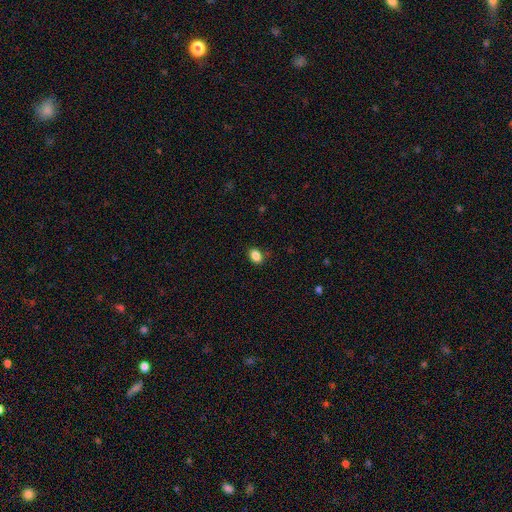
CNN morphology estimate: type=smooth (87%); roundness=in between (77%); merging=none (84%).